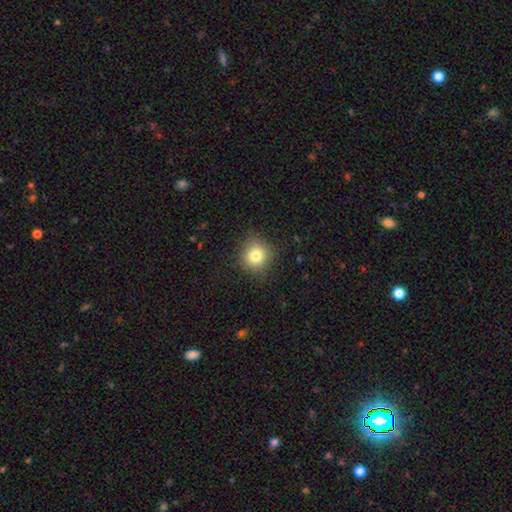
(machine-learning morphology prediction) Q: Smooth or featured?
A: smooth (80%); runner-up: star or artifact (12%)
Q: How rounded?
A: round (89%); runner-up: in between (10%)
Q: Merging?
A: none (85%); runner-up: minor disturbance (11%)